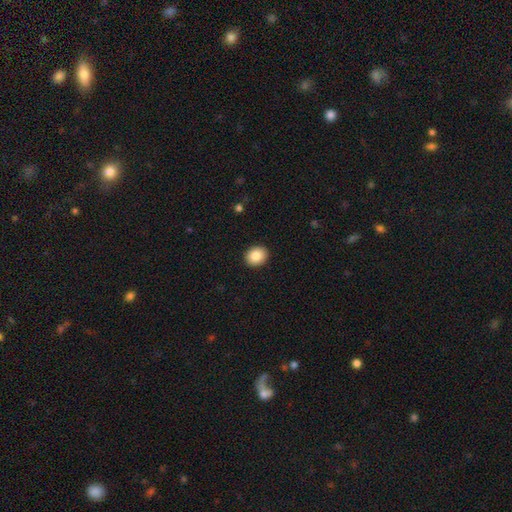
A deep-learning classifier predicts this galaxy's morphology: Smooth or featured?
  - smooth: 87% *
  - star or artifact: 8%
  - featured or disk: 6%
How rounded?
  - round: 60% *
  - in between: 39%
  - cigar-shaped: 1%
Merging?
  - none: 92% *
  - minor disturbance: 6%
  - major disturbance: 2%
  - merger: 1%